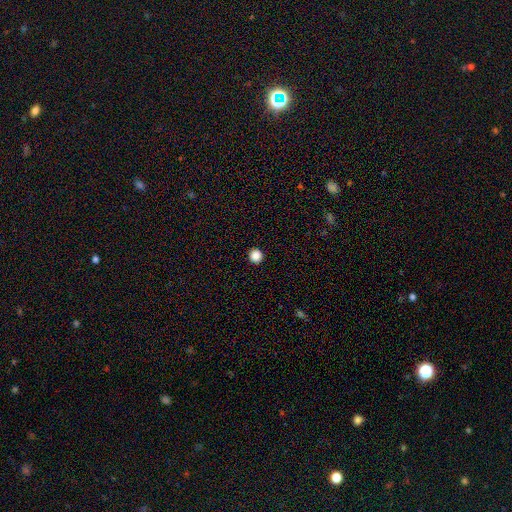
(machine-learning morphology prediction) smooth_or_featured: smooth (p=0.88) [alt: star or artifact p=0.10]
how_rounded: round (p=0.96) [alt: in between p=0.03]
merging: none (p=0.94) [alt: minor disturbance p=0.04]